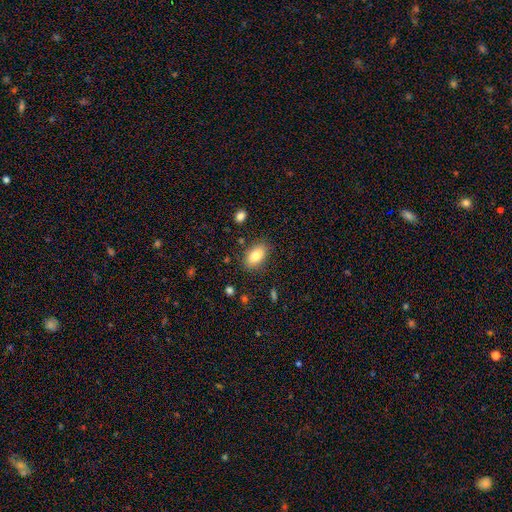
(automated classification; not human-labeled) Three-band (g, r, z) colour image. It shows a smooth galaxy with no disk features (81%) that is in between round and cigar-shaped (90%). Merging: none (83%).